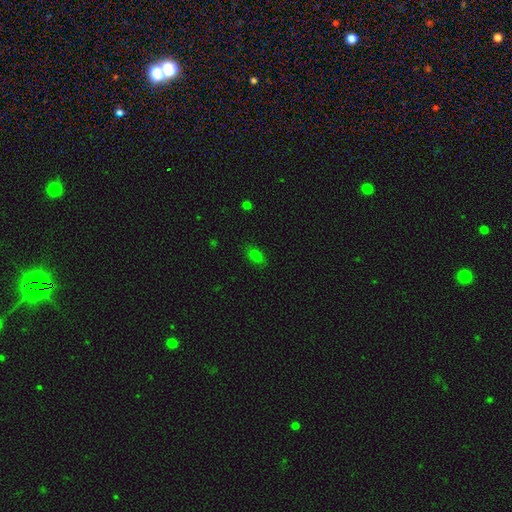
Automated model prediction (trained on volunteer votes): This is likely a smooth galaxy (77%). How rounded: clearly in between (82%). Merging: clearly none (84%).